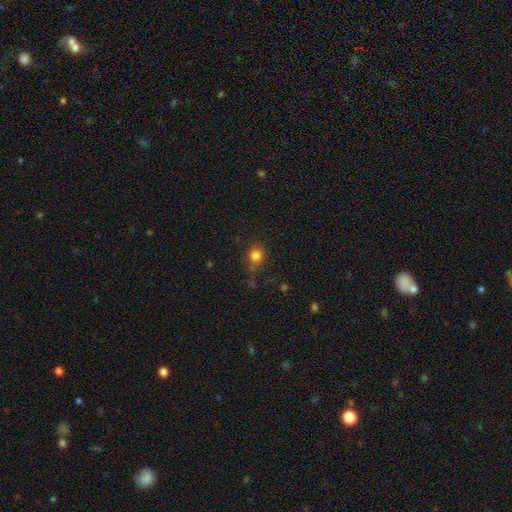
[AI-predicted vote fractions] Smooth or featured: smooth — 81% (star or artifact — 13%)
How rounded: round — 86% (in between — 13%)
Merging: none — 71% (minor disturbance — 17%)